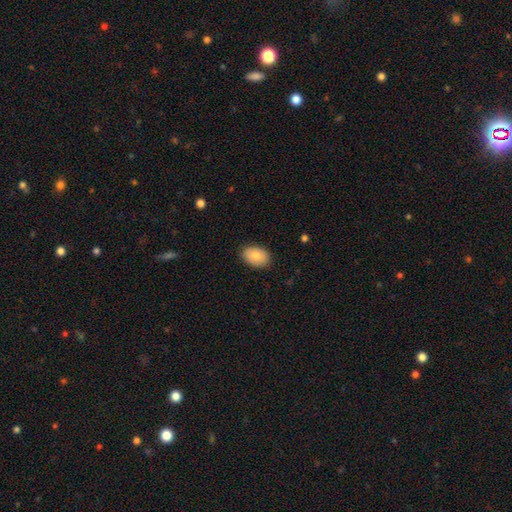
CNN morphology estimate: Overall: smooth (84%). How rounded: in between (86%). Merging: none (86%).